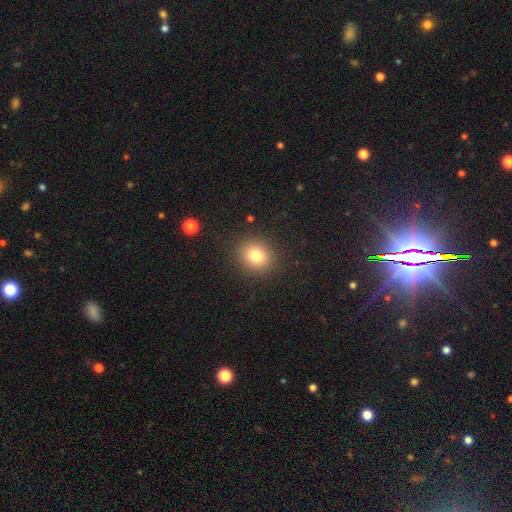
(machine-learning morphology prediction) type=smooth (79%); roundness=round (77%); merging=none (89%).